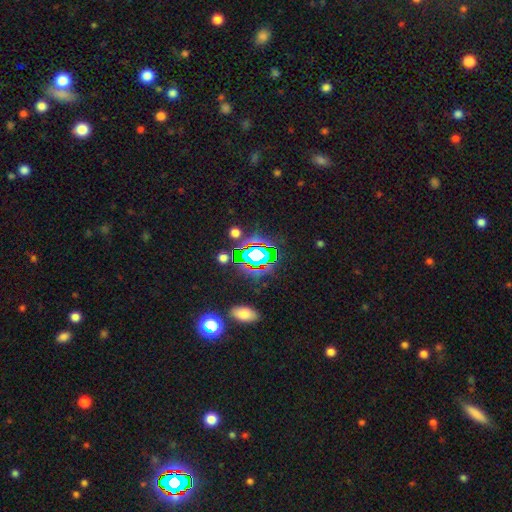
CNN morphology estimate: Q: Smooth or featured?
A: star or artifact (60%); runner-up: smooth (23%)